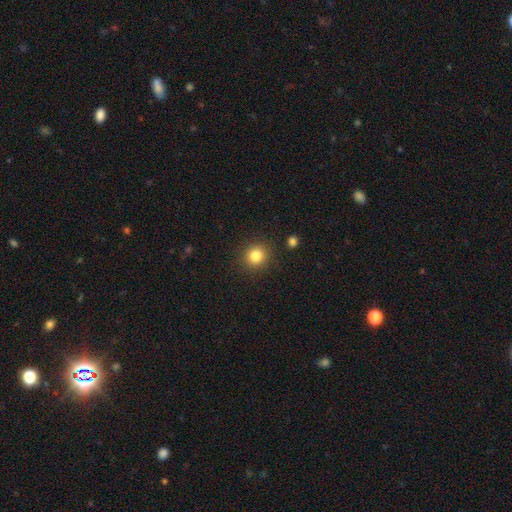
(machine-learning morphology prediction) This is clearly a smooth galaxy (83%). How rounded: clearly round (89%). Merging: clearly none (89%).